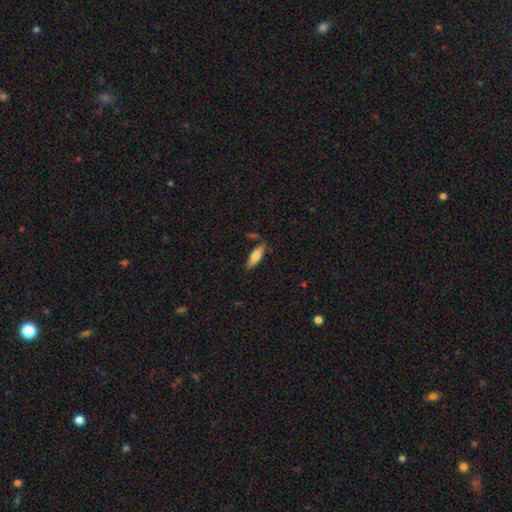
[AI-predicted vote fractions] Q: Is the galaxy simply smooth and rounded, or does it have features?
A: smooth — 76%.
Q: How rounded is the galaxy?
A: in between — 57%.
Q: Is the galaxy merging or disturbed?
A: none — 79%.